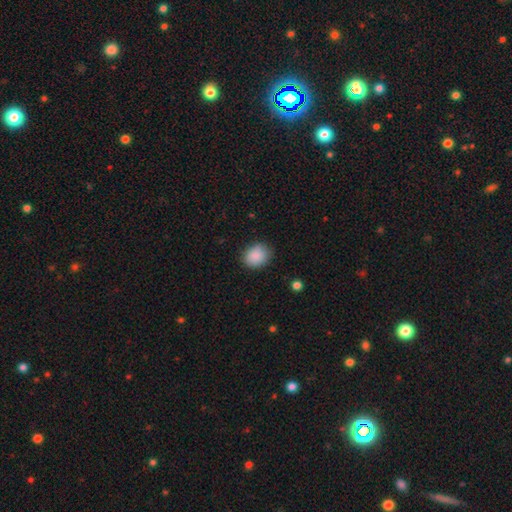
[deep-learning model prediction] Q: Smooth or featured?
A: smooth (88%); runner-up: star or artifact (8%)
Q: How rounded?
A: in between (52%); runner-up: round (47%)
Q: Merging?
A: none (82%); runner-up: minor disturbance (14%)